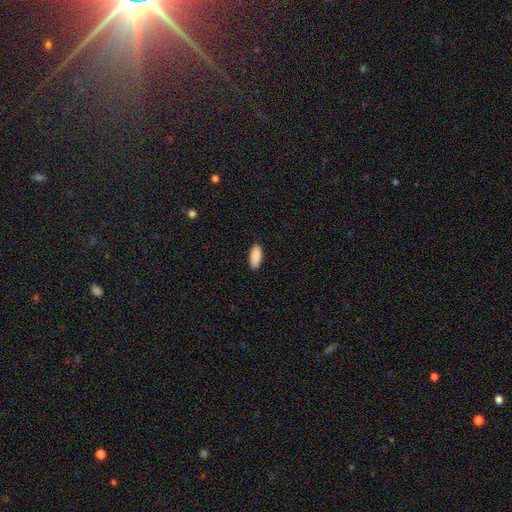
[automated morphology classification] Smooth or featured?
  - smooth: 90% *
  - star or artifact: 6%
  - featured or disk: 4%
How rounded?
  - in between: 85% *
  - cigar-shaped: 13%
  - round: 2%
Merging?
  - none: 88% *
  - minor disturbance: 9%
  - major disturbance: 2%
  - merger: 1%